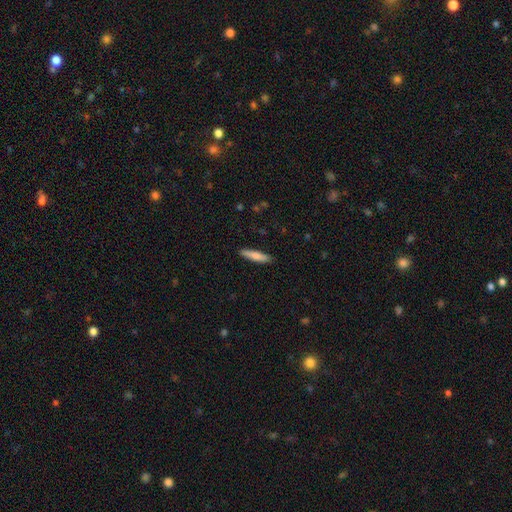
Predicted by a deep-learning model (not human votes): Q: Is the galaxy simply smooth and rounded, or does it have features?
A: smooth — 73%.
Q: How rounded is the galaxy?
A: cigar-shaped — 85%.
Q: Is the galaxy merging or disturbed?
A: none — 89%.